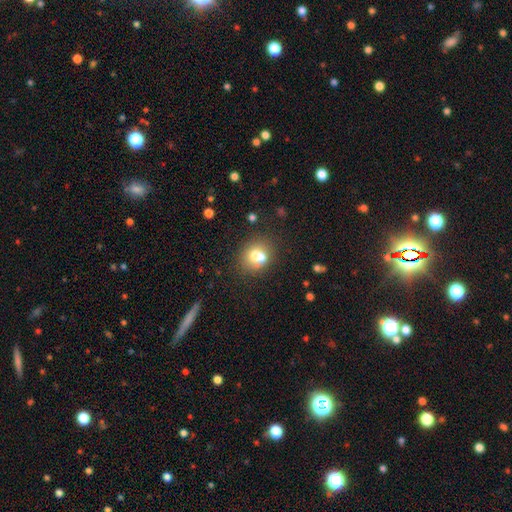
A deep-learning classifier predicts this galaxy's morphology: This appears to be a smooth galaxy with no disk features (66%) that is round (75%). Merging: none (45%).